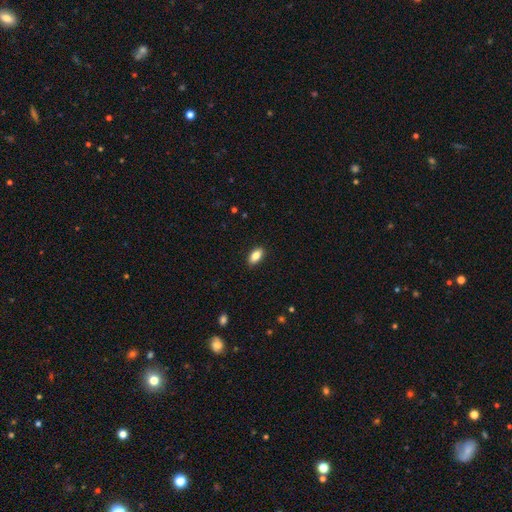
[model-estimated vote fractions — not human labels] A smooth galaxy with no disk features (86%) that is in between round and cigar-shaped (91%). Merging: none (89%).